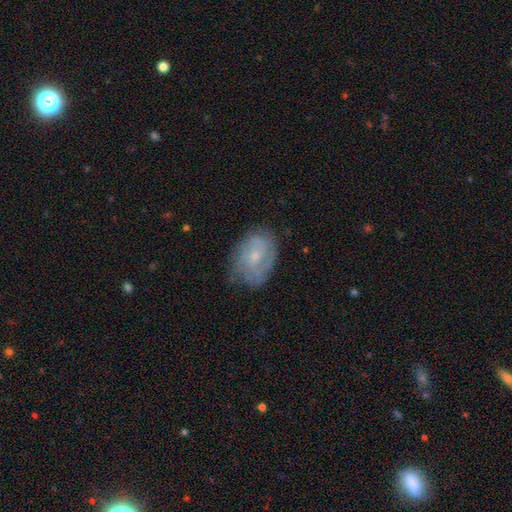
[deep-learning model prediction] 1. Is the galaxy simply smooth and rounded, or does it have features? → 58% featured or disk, 33% smooth, 8% star or artifact.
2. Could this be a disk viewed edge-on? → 96% no, 4% yes.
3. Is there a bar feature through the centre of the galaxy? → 73% no, 24% weak, 3% strong.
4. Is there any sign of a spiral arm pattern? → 78% yes, 22% no.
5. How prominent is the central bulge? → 59% small, 34% moderate, 4% none, 1% large, 1% dominant.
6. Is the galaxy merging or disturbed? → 68% none, 23% minor disturbance, 7% major disturbance, 1% merger.